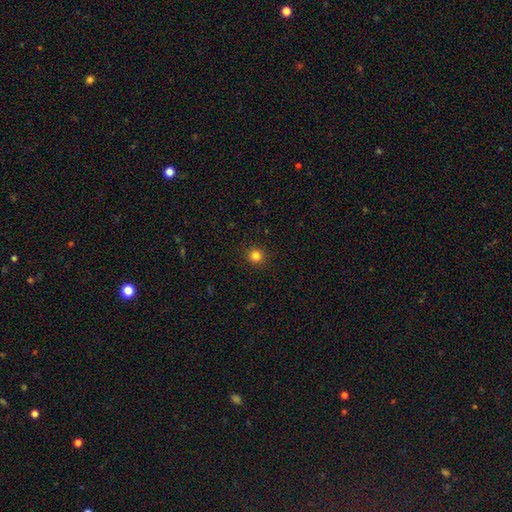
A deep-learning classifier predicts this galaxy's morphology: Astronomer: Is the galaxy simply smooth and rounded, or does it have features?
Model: smooth — 83%.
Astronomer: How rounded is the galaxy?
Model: round — 93%.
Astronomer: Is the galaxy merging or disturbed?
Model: none — 92%.